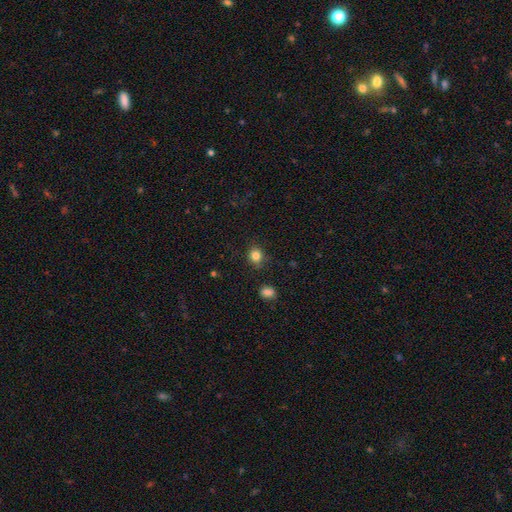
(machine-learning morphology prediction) smooth_or_featured: smooth (p=0.83) [alt: star or artifact p=0.12]
how_rounded: round (p=0.79) [alt: in between p=0.20]
merging: none (p=0.84) [alt: minor disturbance p=0.12]